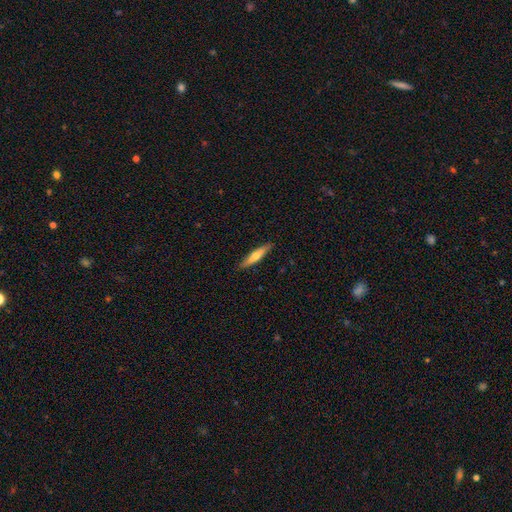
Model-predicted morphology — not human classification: Overall: smooth (55%; featured or disk 39%). How rounded: cigar-shaped (86%). Merging: none (89%).